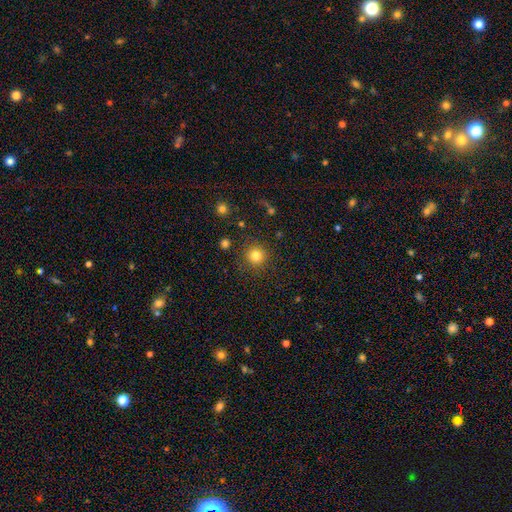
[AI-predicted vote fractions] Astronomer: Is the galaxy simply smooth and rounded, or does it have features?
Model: smooth — 81%.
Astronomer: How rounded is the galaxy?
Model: round — 94%.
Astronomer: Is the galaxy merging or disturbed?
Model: none — 88%.